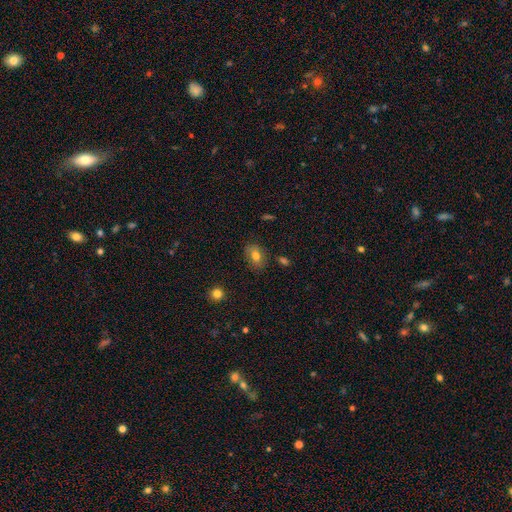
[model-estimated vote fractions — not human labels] smooth-or-featured: smooth: 74% | featured or disk: 17% | star or artifact: 10%
  how-rounded: in between: 78% | round: 21% | cigar-shaped: 2%
  merging: none: 81% | minor disturbance: 14% | major disturbance: 3% | merger: 2%